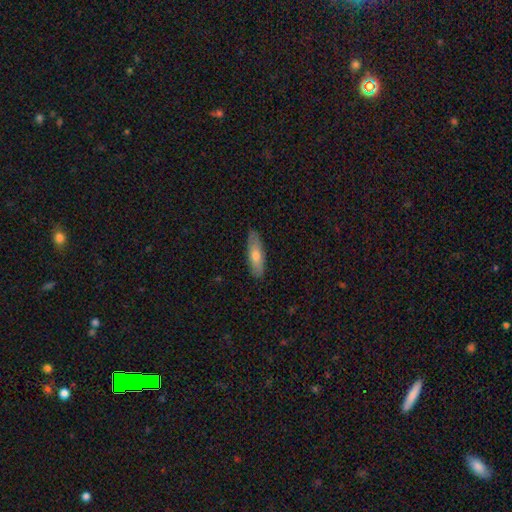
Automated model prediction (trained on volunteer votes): smooth-or-featured: smooth: 66% | featured or disk: 28% | star or artifact: 6%
  how-rounded: cigar-shaped: 52% | in between: 46% | round: 2%
  merging: none: 87% | minor disturbance: 11% | major disturbance: 2% | merger: 1%